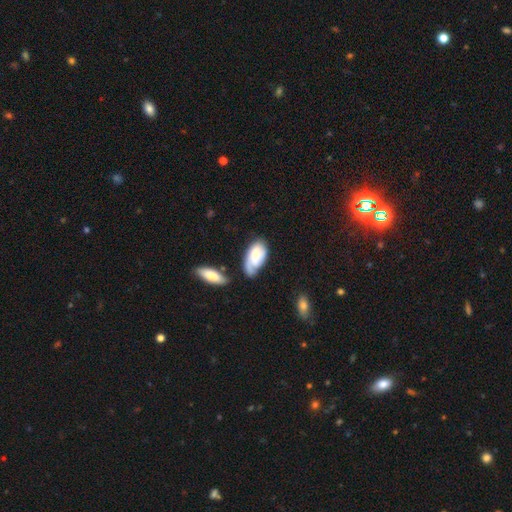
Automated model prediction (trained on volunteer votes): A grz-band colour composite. It shows a smooth galaxy with no disk features (50%). Merging: none (46%).